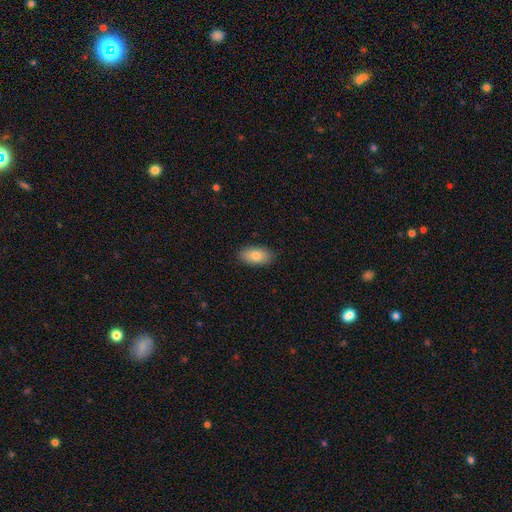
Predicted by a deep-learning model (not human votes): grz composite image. It shows a smooth galaxy with no disk features (81%) that is in between round and cigar-shaped (92%). Merging: none (88%).